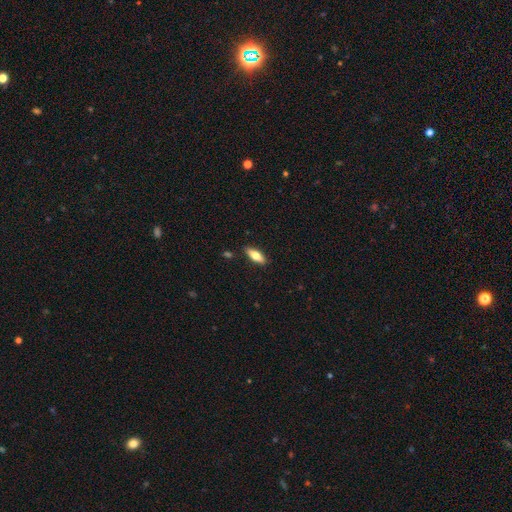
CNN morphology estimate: This is likely a smooth galaxy (69%). How rounded: likely in between (66%). Merging: clearly none (87%).